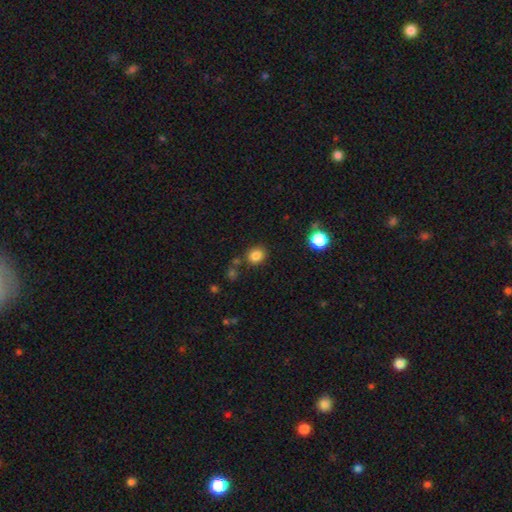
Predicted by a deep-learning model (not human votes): smooth_or_featured: smooth (p=0.84) [alt: star or artifact p=0.12]
how_rounded: round (p=0.70) [alt: in between p=0.29]
merging: none (p=0.79) [alt: minor disturbance p=0.11]